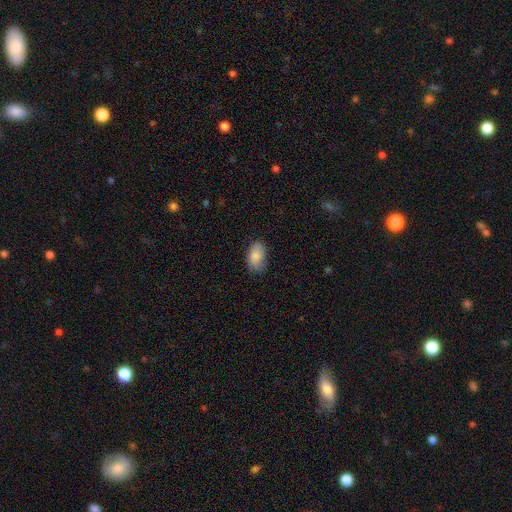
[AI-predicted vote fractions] Smooth or featured? smooth (86%)
How rounded? in between (93%)
Merging? none (80%)